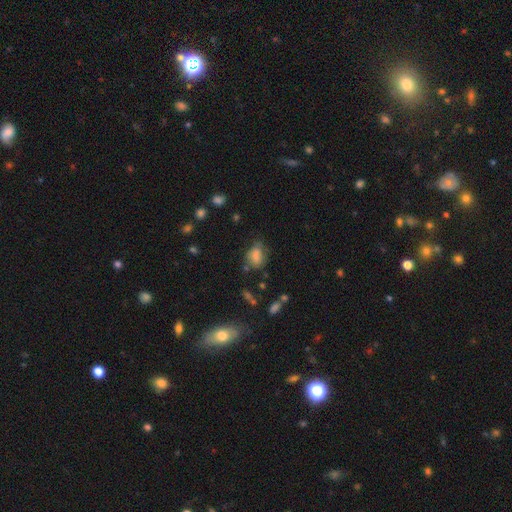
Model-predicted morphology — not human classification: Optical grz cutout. It shows a smooth galaxy with no disk features (78%) that is in between round and cigar-shaped (73%). Merging: none (51%).